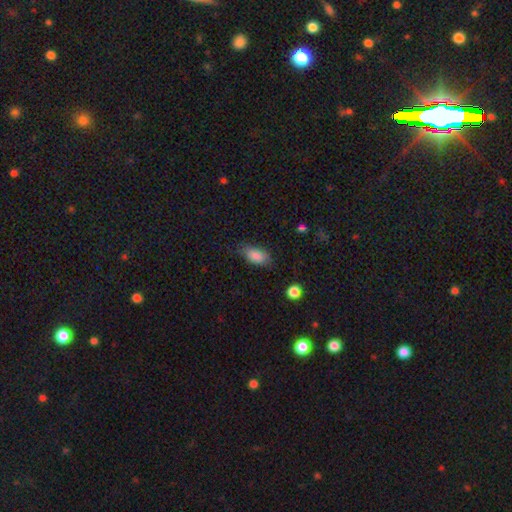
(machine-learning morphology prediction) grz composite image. It shows a smooth galaxy with no disk features (85%) that is in between round and cigar-shaped (90%). Merging: none (70%).